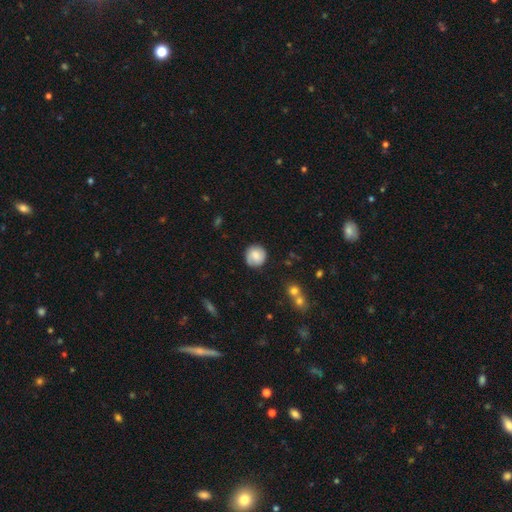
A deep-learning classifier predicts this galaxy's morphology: Smooth or featured?
  - smooth: 68% *
  - featured or disk: 24%
  - star or artifact: 8%
How rounded?
  - round: 90% *
  - in between: 9%
  - cigar-shaped: 1%
Merging?
  - none: 82% *
  - minor disturbance: 13%
  - major disturbance: 4%
  - merger: 2%